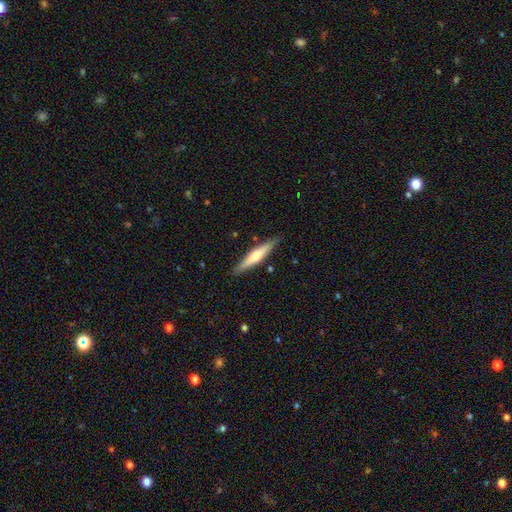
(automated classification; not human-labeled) This appears to be a featured or disk galaxy (56%) viewed edge-on (96%) with a rounded central bulge (86%). Merging: none (89%).